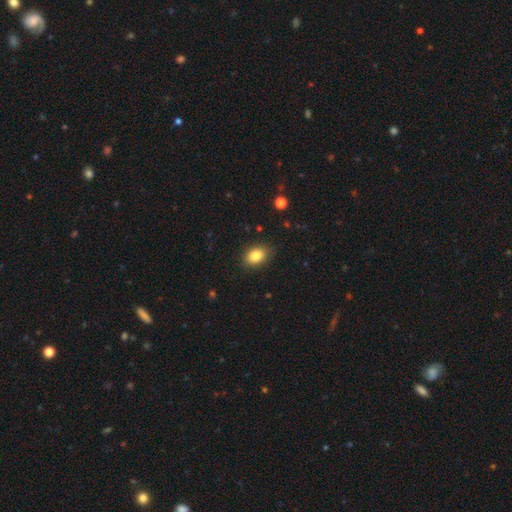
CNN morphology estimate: This appears to be a smooth galaxy with no disk features (84%) that is in between round and cigar-shaped (78%). Merging: none (86%).